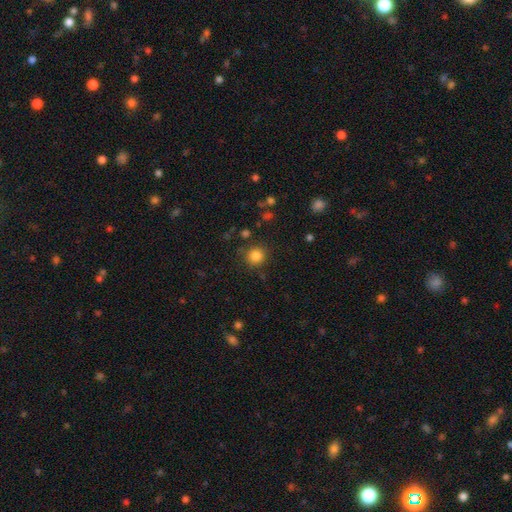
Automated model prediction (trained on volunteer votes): smooth 84%, star or artifact 12%, featured or disk 5%. Down the decision tree: how rounded — round (91%); merging — none (85%).